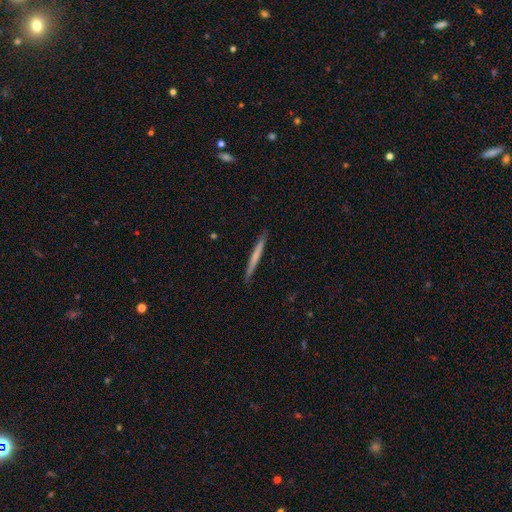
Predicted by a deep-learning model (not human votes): This appears to be a smooth galaxy with no disk features (59%) that is cigar-shaped (97%). Merging: none (90%).